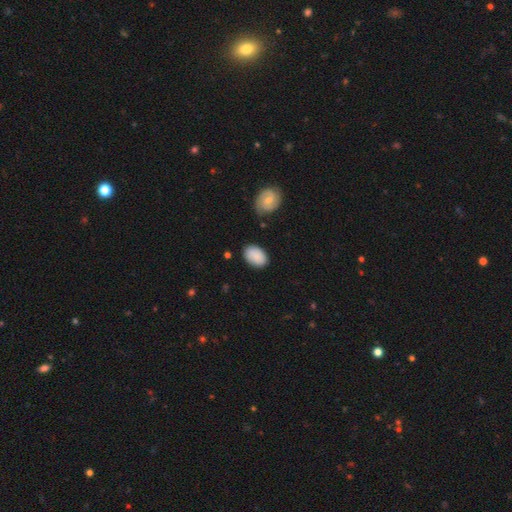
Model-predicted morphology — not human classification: smooth-or-featured: smooth: 87% | featured or disk: 7% | star or artifact: 7%
  how-rounded: in between: 86% | round: 13% | cigar-shaped: 1%
  merging: none: 79% | minor disturbance: 15% | merger: 3% | major disturbance: 3%